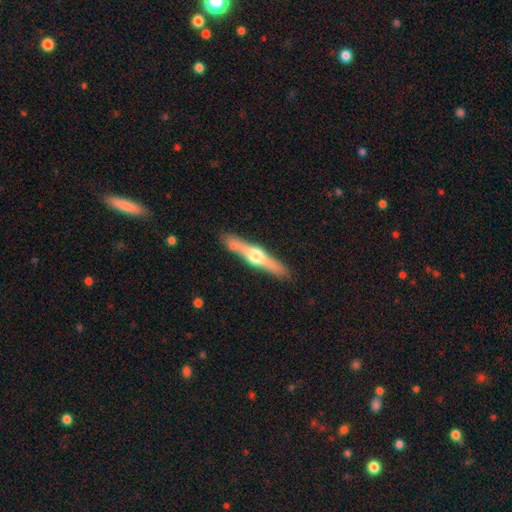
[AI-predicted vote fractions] A featured or disk galaxy (69%) viewed edge-on (96%) with a rounded central bulge (95%).

Vote fractions:
- Smooth or featured? featured or disk: 69% / smooth: 26% / star or artifact: 5%
- Edge-on disk? yes: 96% / no: 4%
- Edge-on bulge? rounded: 95% / boxy: 3% / none: 2%
- Merging? none: 85% / minor disturbance: 10% / merger: 4% / major disturbance: 2%